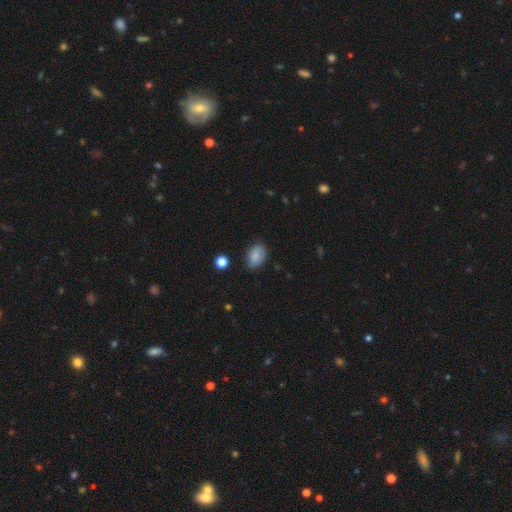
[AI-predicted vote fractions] The model was most divided on "merging": none: 74%, minor disturbance: 20%, major disturbance: 4%, merger: 2%. More confident: how rounded — in between (86%); smooth or featured — smooth (82%).